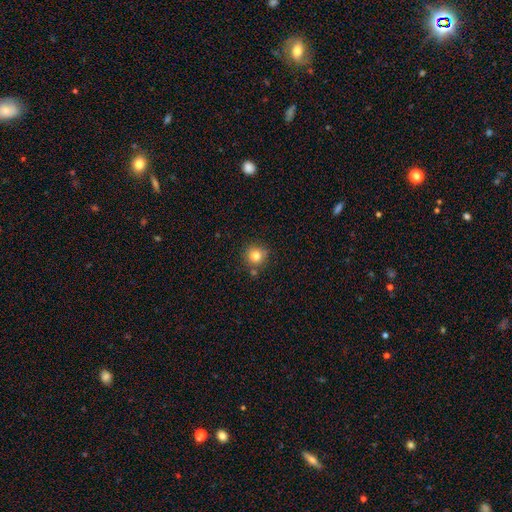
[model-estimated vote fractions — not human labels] A smooth galaxy with no disk features (80%) that is round (93%). Merging: none (78%).